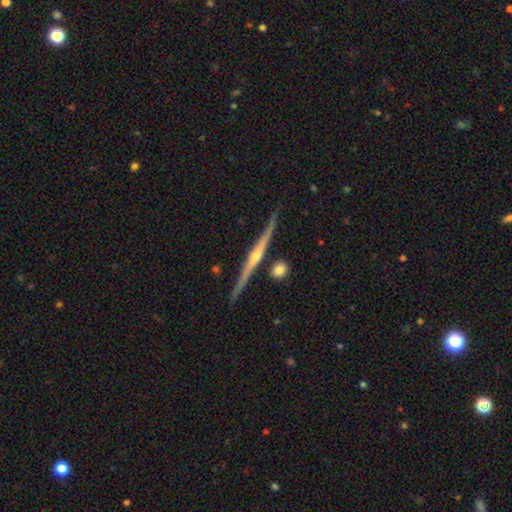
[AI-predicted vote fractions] Smooth or featured?
  - featured or disk: 84% *
  - smooth: 10%
  - star or artifact: 5%
Edge-on disk?
  - yes: 98% *
  - no: 2%
Edge-on bulge?
  - rounded: 81% *
  - none: 13%
  - boxy: 6%
Merging?
  - none: 88% *
  - minor disturbance: 7%
  - merger: 4%
  - major disturbance: 2%